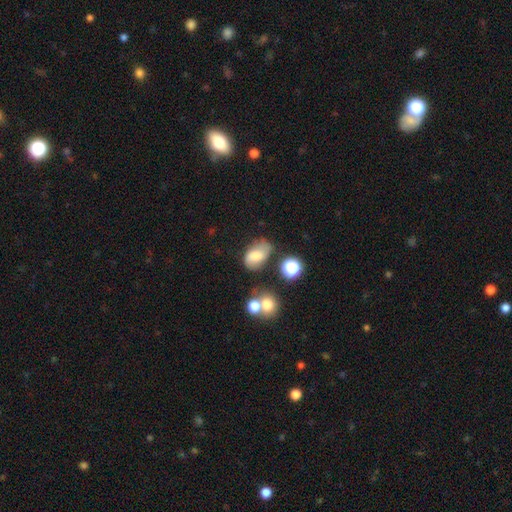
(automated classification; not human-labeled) This appears to be a smooth galaxy with no disk features (56%) that is in between round and cigar-shaped (82%). Merging: none (53%).